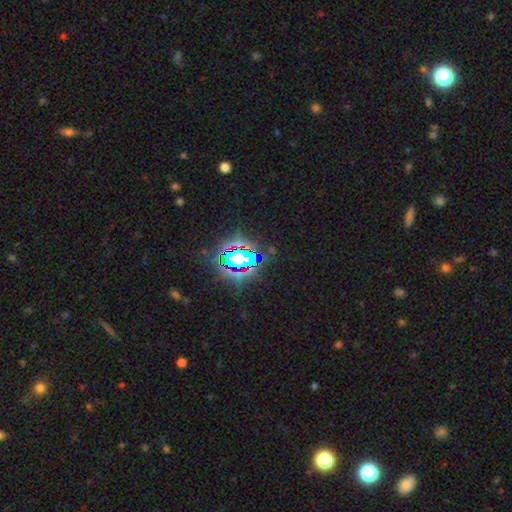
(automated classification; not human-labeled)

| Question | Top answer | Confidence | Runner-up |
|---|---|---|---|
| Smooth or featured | star or artifact | 81% | smooth (11%) |